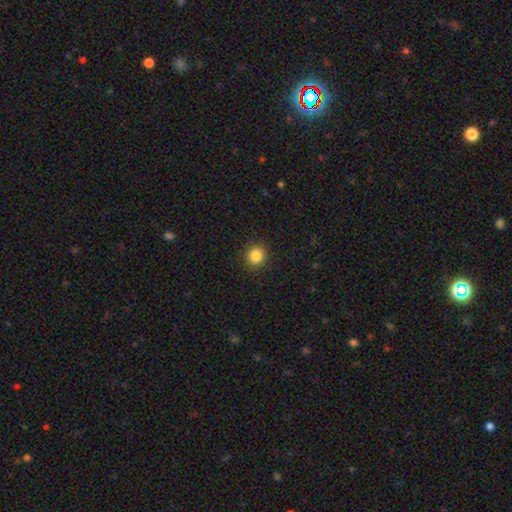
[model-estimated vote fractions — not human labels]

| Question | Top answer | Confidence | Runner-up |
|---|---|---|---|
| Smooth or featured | smooth | 84% | star or artifact (11%) |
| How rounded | round | 92% | in between (7%) |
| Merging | none | 91% | minor disturbance (6%) |